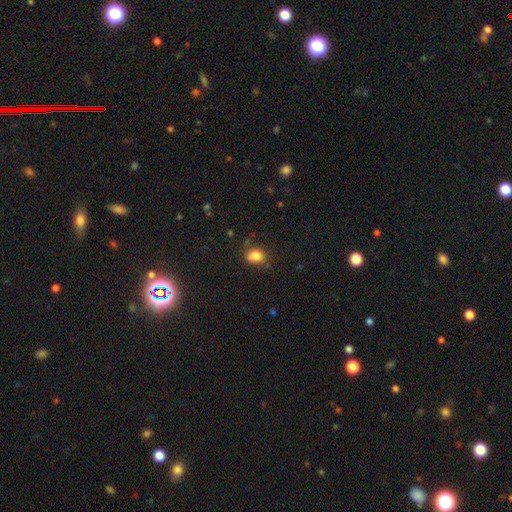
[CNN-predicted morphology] Overall: smooth (80%). How rounded: in between (54%; round 45%). Merging: none (63%; minor disturbance 24%).